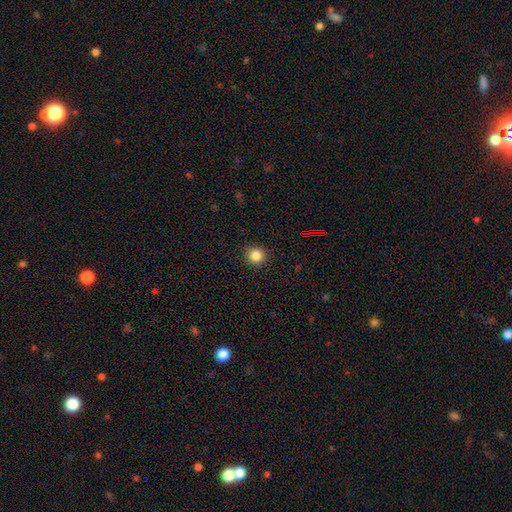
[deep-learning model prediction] Smooth or featured?
  - smooth: 84% *
  - star or artifact: 12%
  - featured or disk: 4%
How rounded?
  - round: 93% *
  - in between: 6%
  - cigar-shaped: 1%
Merging?
  - none: 91% *
  - minor disturbance: 6%
  - major disturbance: 2%
  - merger: 1%